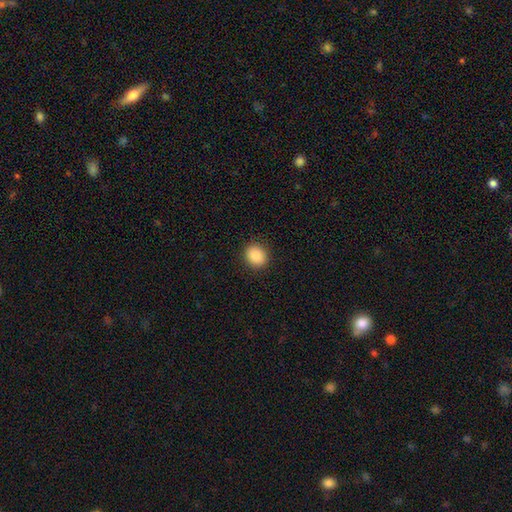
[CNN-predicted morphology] smooth-or-featured: smooth: 88% | star or artifact: 8% | featured or disk: 3%
  how-rounded: round: 72% | in between: 27% | cigar-shaped: 1%
  merging: none: 90% | minor disturbance: 7% | major disturbance: 2% | merger: 1%